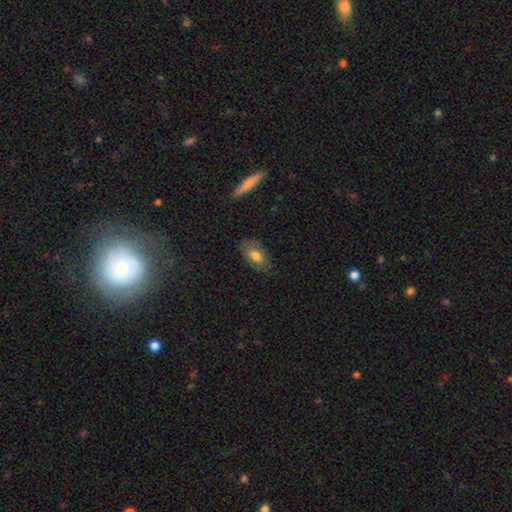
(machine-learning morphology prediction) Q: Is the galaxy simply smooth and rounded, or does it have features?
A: smooth — 69%.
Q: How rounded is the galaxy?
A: in between — 90%.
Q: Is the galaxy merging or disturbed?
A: none — 78%.